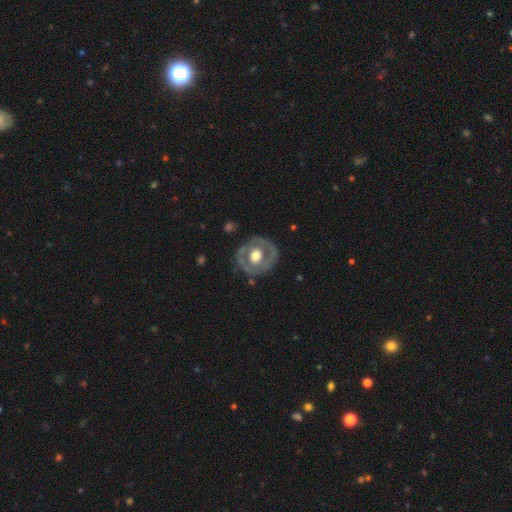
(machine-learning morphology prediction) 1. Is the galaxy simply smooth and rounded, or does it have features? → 65% featured or disk, 30% smooth, 4% star or artifact.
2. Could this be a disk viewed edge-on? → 96% no, 4% yes.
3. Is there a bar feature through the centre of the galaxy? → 76% no, 18% weak, 6% strong.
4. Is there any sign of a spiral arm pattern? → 73% no, 27% yes.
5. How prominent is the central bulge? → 54% moderate, 38% large, 4% small, 2% dominant, 1% none.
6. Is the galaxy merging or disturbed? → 77% none, 15% minor disturbance, 7% major disturbance, 2% merger.